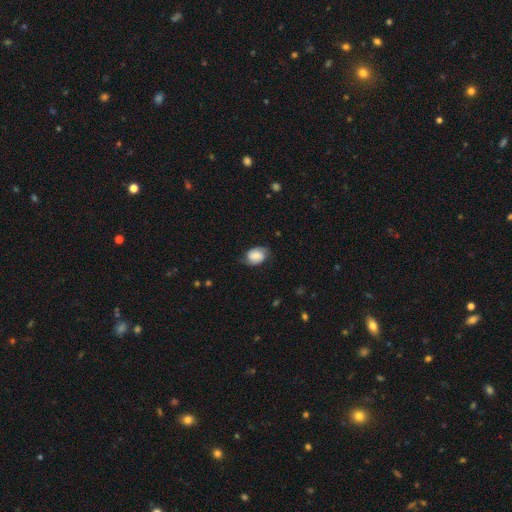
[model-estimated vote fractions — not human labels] Smooth or featured? smooth (54%)
How rounded? in between (74%)
Merging? none (71%)